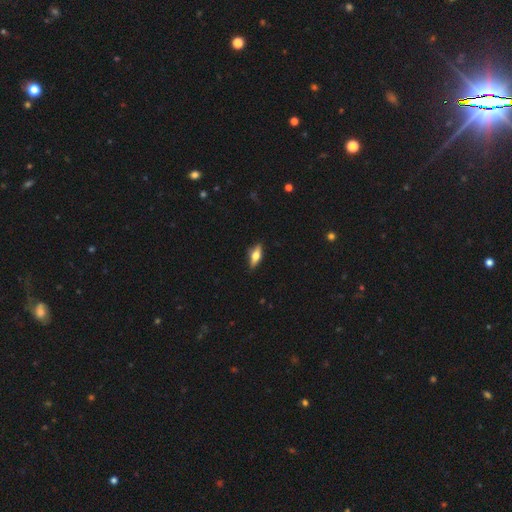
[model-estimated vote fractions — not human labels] Smooth or featured?
  - smooth: 48% *
  - featured or disk: 45%
  - star or artifact: 7%
Merging?
  - none: 84% *
  - minor disturbance: 12%
  - major disturbance: 2%
  - merger: 1%